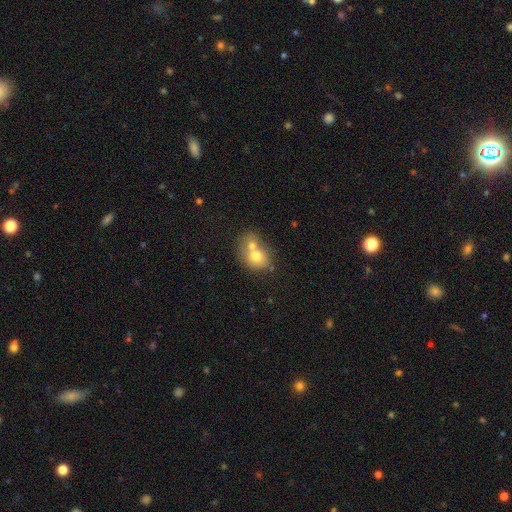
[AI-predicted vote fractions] A smooth galaxy with no disk features (69%) that is round (55%). Merging: merger (64%).